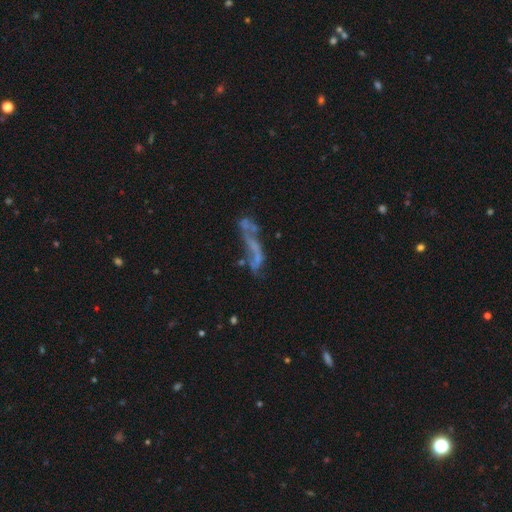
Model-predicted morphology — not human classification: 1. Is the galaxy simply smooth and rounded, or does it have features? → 59% featured or disk, 24% smooth, 17% star or artifact.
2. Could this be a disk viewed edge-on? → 84% no, 16% yes.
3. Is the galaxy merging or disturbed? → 29% major disturbance (tied), 29% none (tied), 26% merger, 16% minor disturbance.